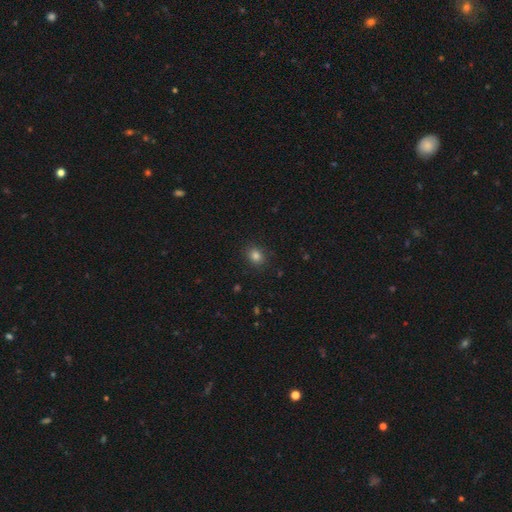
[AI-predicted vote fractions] Smooth or featured? Predicted: smooth (p=0.83). How rounded? Predicted: round (p=0.54). Merging? Predicted: none (p=0.87).